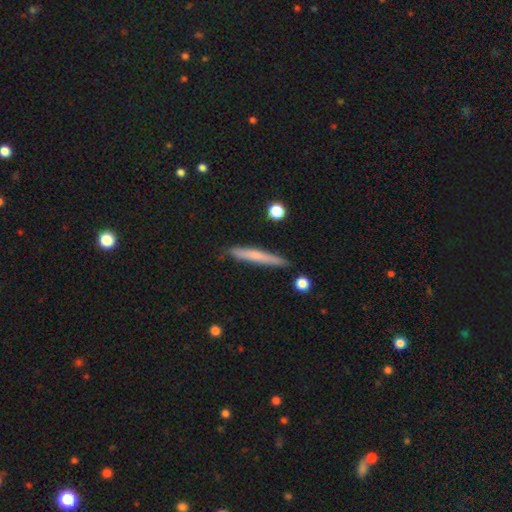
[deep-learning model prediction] This appears to be a smooth galaxy with no disk features (60%) that is cigar-shaped (95%). Merging: none (86%).